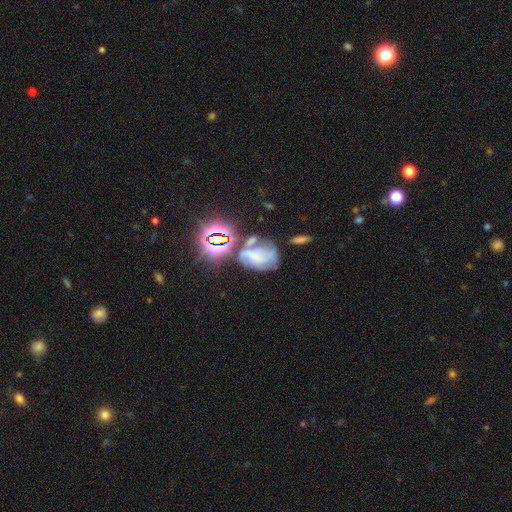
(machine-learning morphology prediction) Smooth or featured: featured or disk — 36% (smooth — 35%)
Merging: none — 31% (merger — 29%)